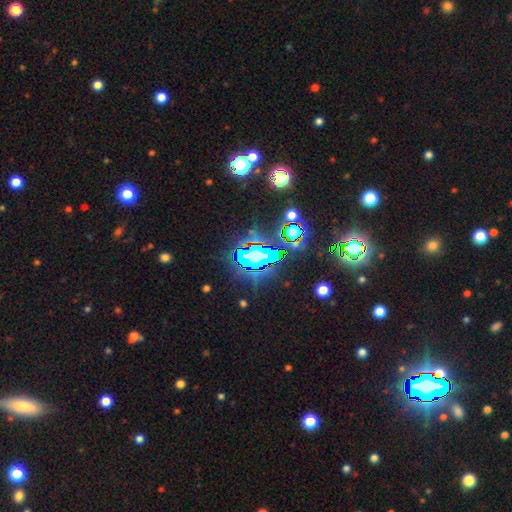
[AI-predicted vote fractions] This is likely a star or artifact rather than a galaxy (69%).